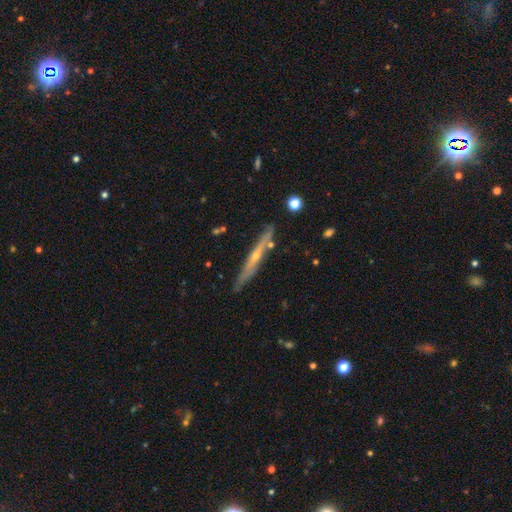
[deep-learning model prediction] smooth_or_featured: featured or disk (p=0.71) [alt: smooth p=0.23]
disk_edge_on: yes (p=0.94) [alt: no p=0.06]
edge_on_bulge: rounded (p=0.70) [alt: none p=0.28]
merging: none (p=0.84) [alt: minor disturbance p=0.11]